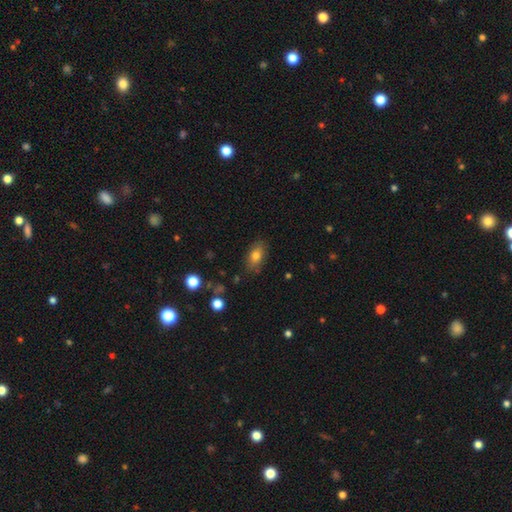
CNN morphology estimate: smooth 80%, featured or disk 11%, star or artifact 9%. Down the decision tree: how rounded — in between (86%); merging — none (82%).